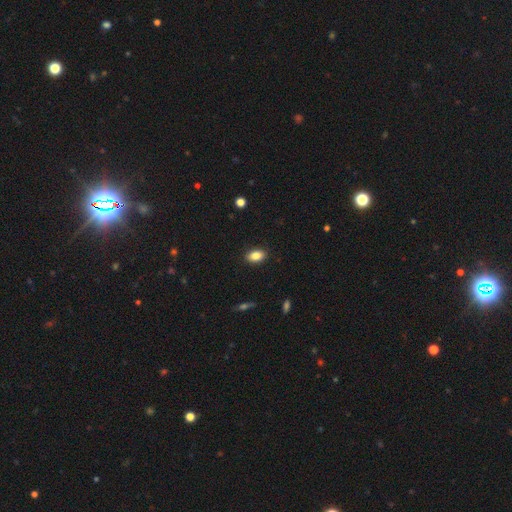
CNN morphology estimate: A smooth galaxy with no disk features (86%) that is in between round and cigar-shaped (87%). Merging: none (89%).